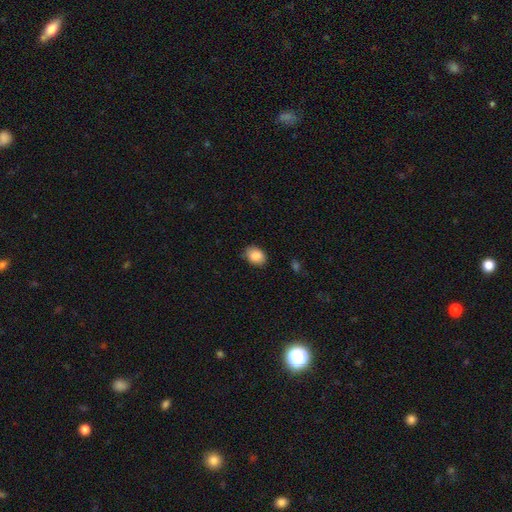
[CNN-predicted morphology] This appears to be a smooth galaxy with no disk features (88%) that is in between round and cigar-shaped (68%). Merging: none (84%).